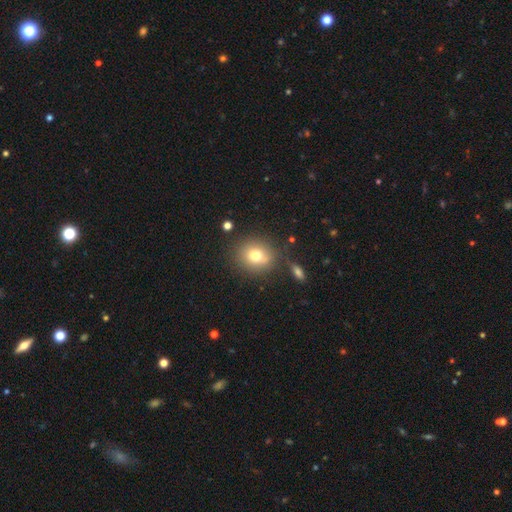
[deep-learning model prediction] Q: Smooth or featured?
A: smooth (75%); runner-up: featured or disk (12%)
Q: How rounded?
A: round (71%); runner-up: in between (28%)
Q: Merging?
A: none (77%); runner-up: minor disturbance (11%)